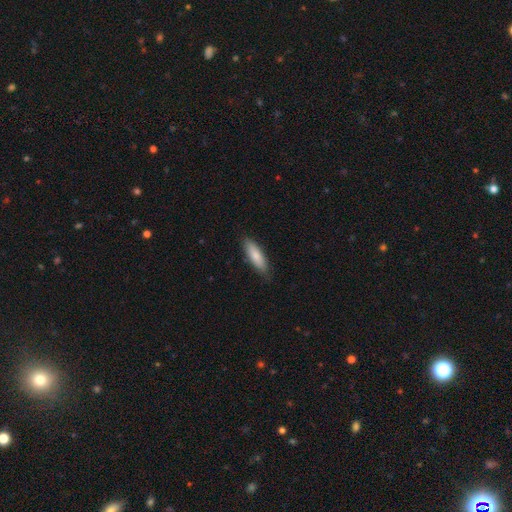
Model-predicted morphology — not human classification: Smooth or featured? smooth (81%)
How rounded? cigar-shaped (51%)
Merging? none (83%)